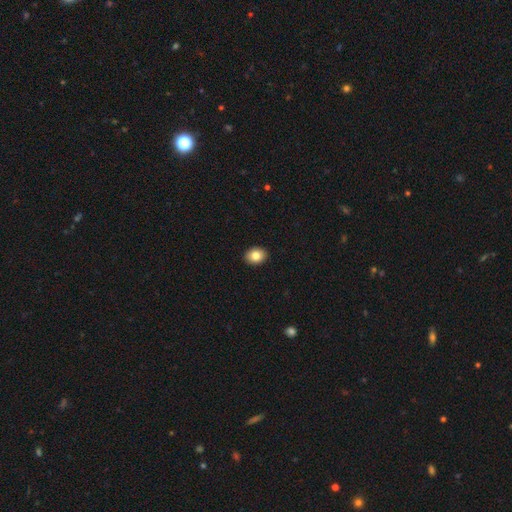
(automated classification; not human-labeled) Q: Smooth or featured?
A: smooth (84%); runner-up: star or artifact (8%)
Q: How rounded?
A: in between (61%); runner-up: round (38%)
Q: Merging?
A: none (92%); runner-up: minor disturbance (6%)